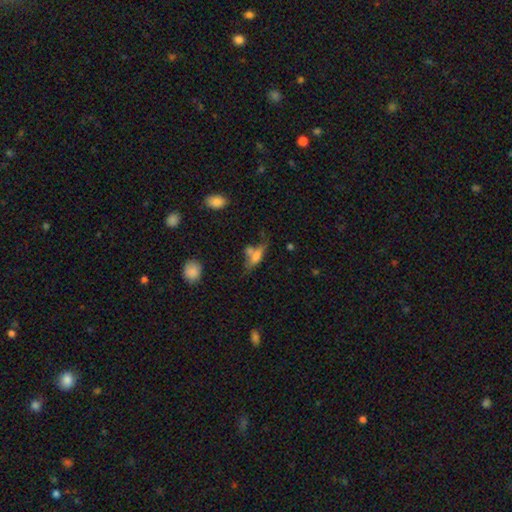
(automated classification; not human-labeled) smooth_or_featured: smooth (p=0.56) [alt: featured or disk p=0.34]
how_rounded: in between (p=0.57) [alt: cigar-shaped p=0.38]
merging: none (p=0.43) [alt: merger p=0.25]